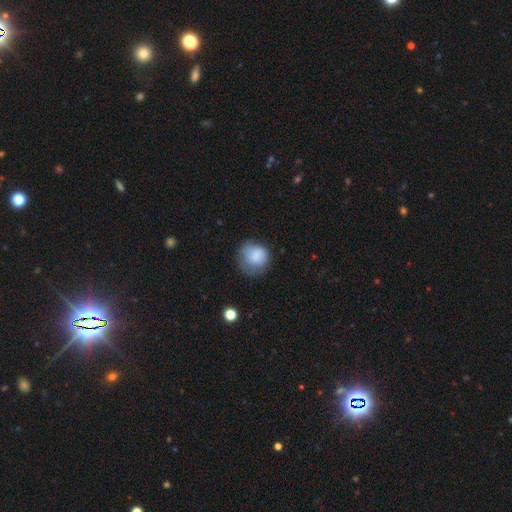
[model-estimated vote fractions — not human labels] The model was most divided on "merging": none: 51%, minor disturbance: 31%, major disturbance: 16%, merger: 2%. More confident: smooth or featured — smooth (79%); how rounded — round (79%).